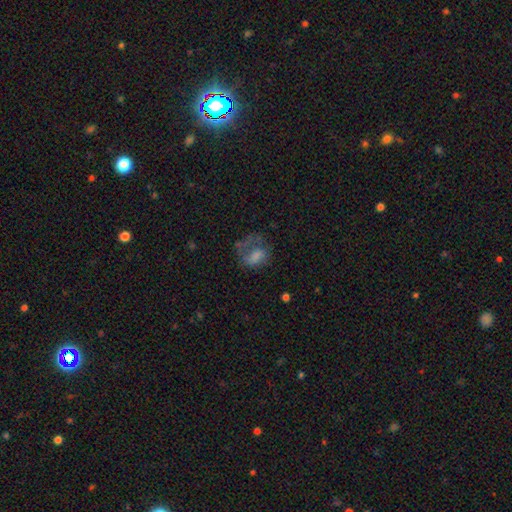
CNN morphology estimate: The model was most divided on "merging": major disturbance: 41%, none: 36%, minor disturbance: 19%, merger: 4%. Remaining: smooth or featured — smooth (45%).